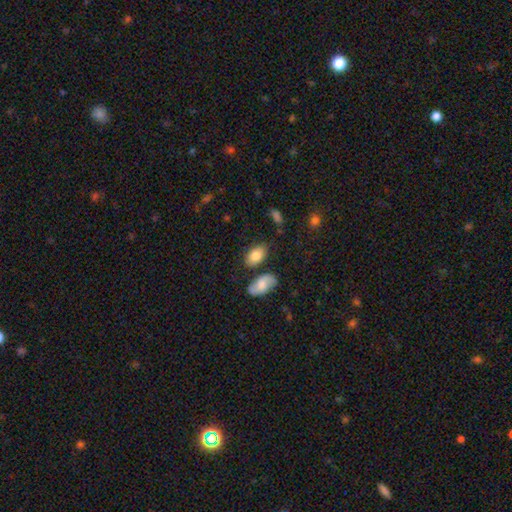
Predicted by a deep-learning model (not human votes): Overall: smooth (81%). How rounded: in between (91%). Merging: none (74%).